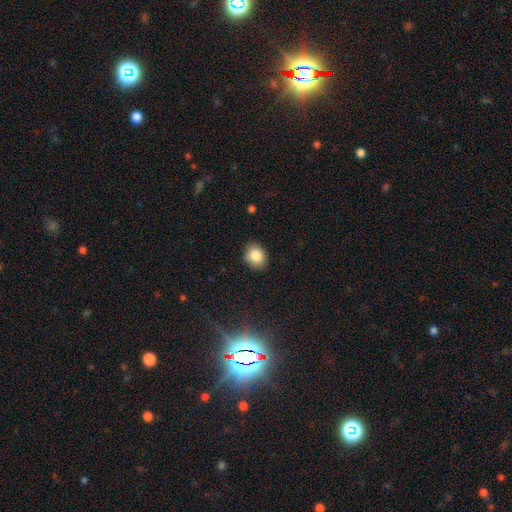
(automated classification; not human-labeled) Overall: smooth (83%). How rounded: round (63%; in between 36%). Merging: none (86%).